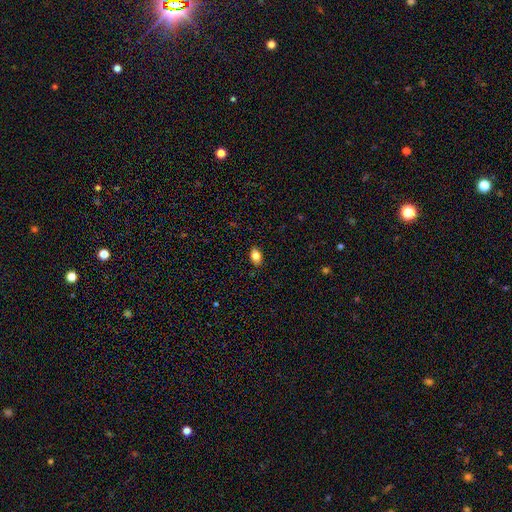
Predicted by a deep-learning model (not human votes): Morphology: type=smooth (82%); roundness=in between (83%); merging=none (88%).